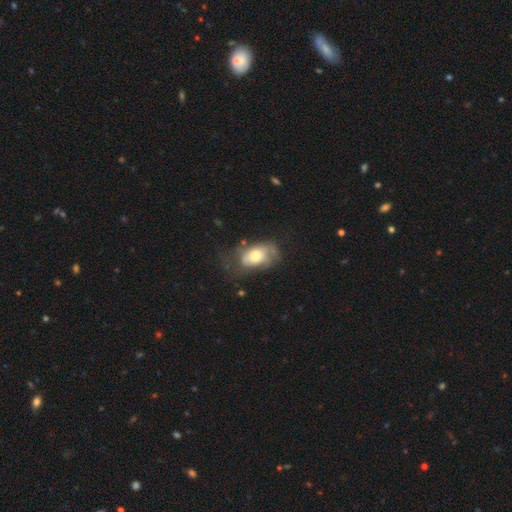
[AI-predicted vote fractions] Smooth or featured: smooth — 58% (featured or disk — 34%)
How rounded: in between — 86% (round — 12%)
Merging: none — 36% (minor disturbance — 30%)